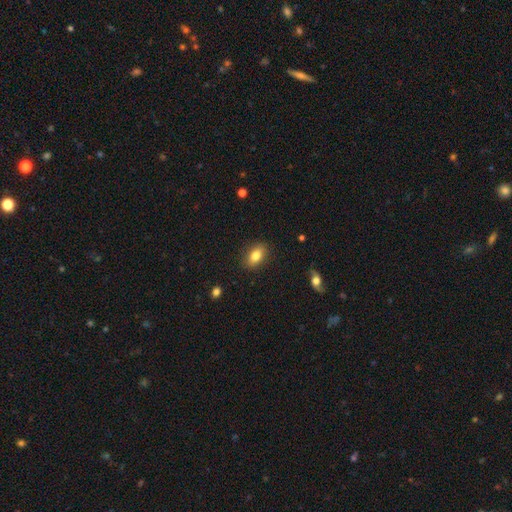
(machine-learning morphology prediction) smooth_or_featured: smooth (p=0.82) [alt: featured or disk p=0.10]
how_rounded: in between (p=0.86) [alt: round p=0.11]
merging: none (p=0.87) [alt: minor disturbance p=0.09]